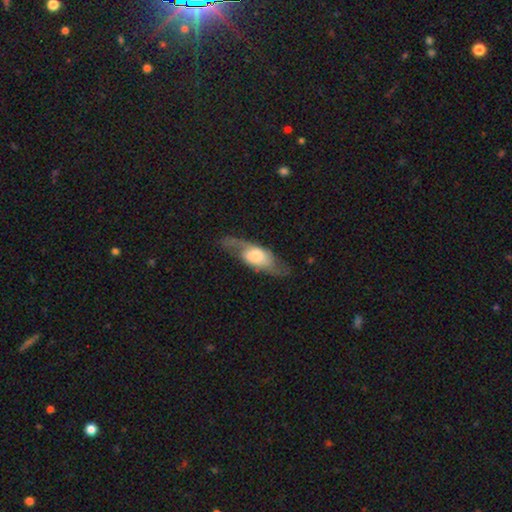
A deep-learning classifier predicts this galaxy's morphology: smooth_or_featured: featured or disk (p=0.63) [alt: smooth p=0.31]
disk_edge_on: no (p=0.72) [alt: yes p=0.28]
merging: none (p=0.70) [alt: minor disturbance p=0.18]